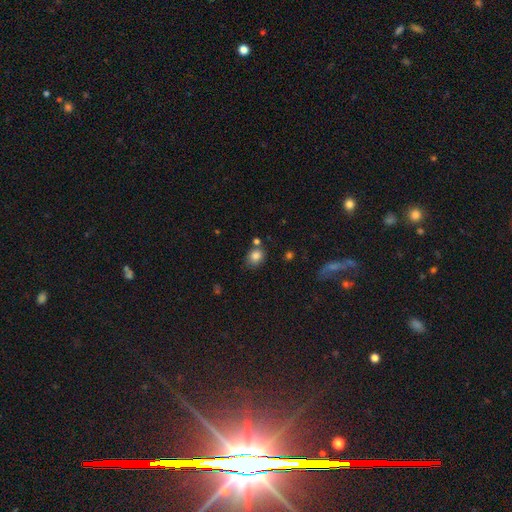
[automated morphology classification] type=smooth (82%); roundness=round (53%); merging=none (68%).